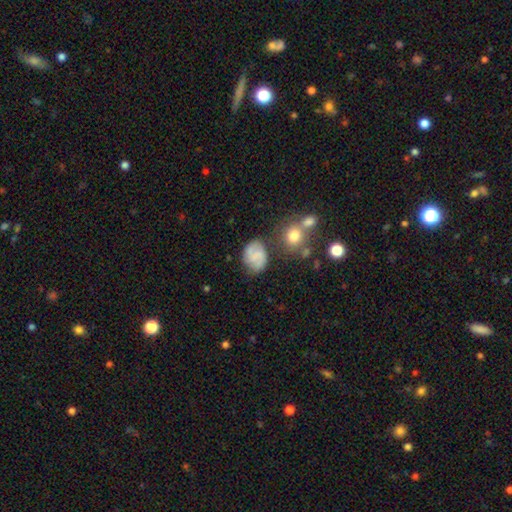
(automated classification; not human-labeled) Q: Smooth or featured?
A: featured or disk (46%); runner-up: smooth (44%)
Q: Merging?
A: none (66%); runner-up: minor disturbance (21%)